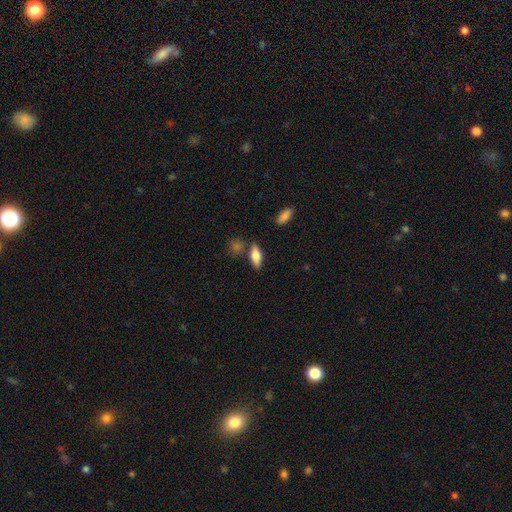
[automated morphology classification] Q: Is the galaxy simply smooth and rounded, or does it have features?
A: smooth — 68%.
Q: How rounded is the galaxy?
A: in between — 72%.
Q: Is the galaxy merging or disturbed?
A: none — 75%.